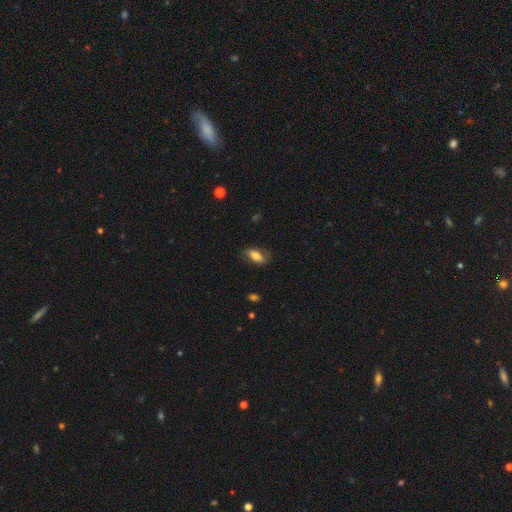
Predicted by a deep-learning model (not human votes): The model was most divided on "merging": none: 73%, minor disturbance: 19%, major disturbance: 6%, merger: 1%. More confident: how rounded — in between (87%); smooth or featured — smooth (76%).